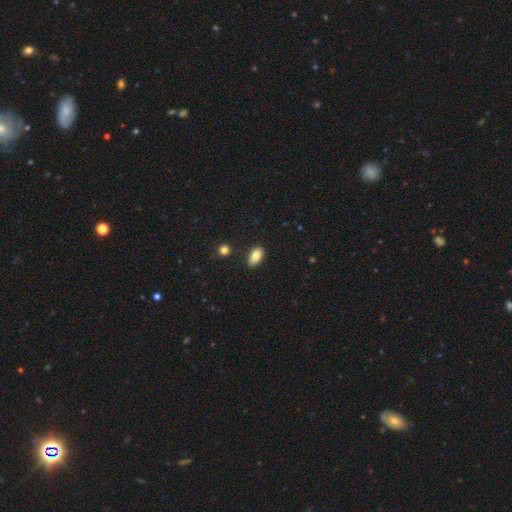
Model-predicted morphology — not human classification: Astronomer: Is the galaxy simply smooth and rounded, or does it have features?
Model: smooth — 83%.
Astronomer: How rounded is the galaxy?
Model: in between — 91%.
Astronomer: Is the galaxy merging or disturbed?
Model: none — 86%.